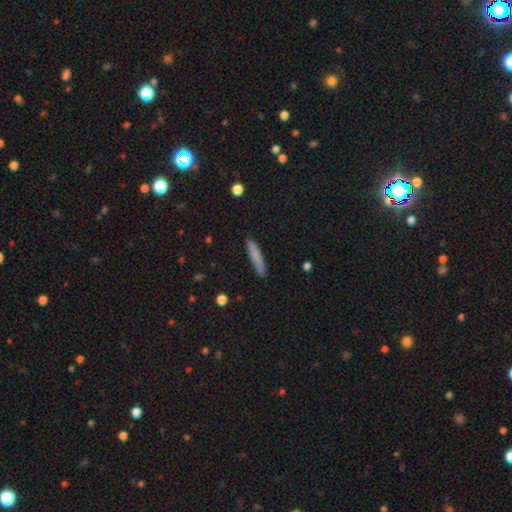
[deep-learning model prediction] smooth-or-featured: smooth: 78% | featured or disk: 15% | star or artifact: 7%
  how-rounded: cigar-shaped: 89% | in between: 10% | round: 2%
  merging: none: 84% | minor disturbance: 12% | major disturbance: 2% | merger: 1%